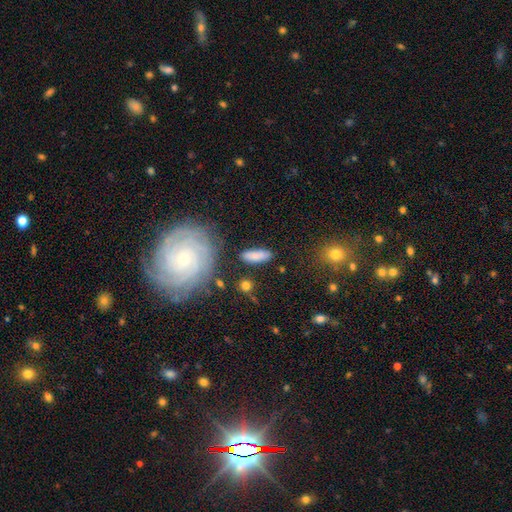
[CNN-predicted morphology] smooth_or_featured: smooth (p=0.78) [alt: featured or disk p=0.14]
how_rounded: in between (p=0.60) [alt: cigar-shaped p=0.37]
merging: none (p=0.75) [alt: minor disturbance p=0.15]